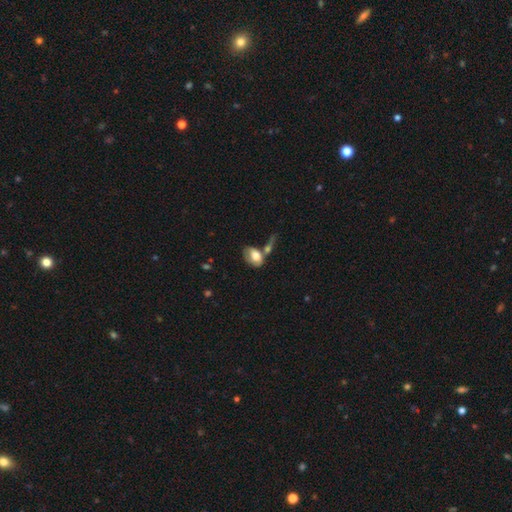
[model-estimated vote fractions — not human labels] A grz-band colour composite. It shows a smooth galaxy with no disk features (71%) that is in between round and cigar-shaped (86%). Merging: merger (38%).